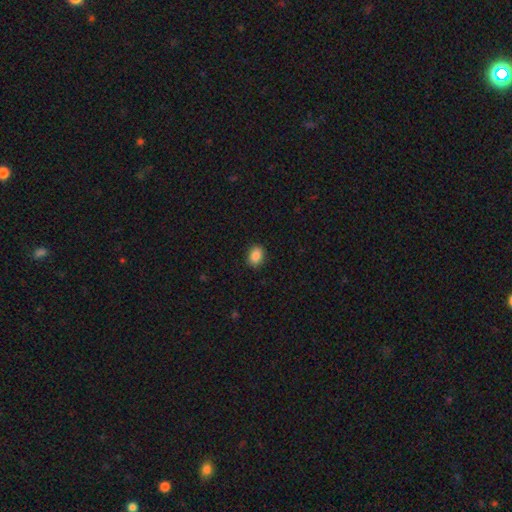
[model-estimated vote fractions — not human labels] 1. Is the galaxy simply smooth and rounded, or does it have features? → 88% smooth, 9% star or artifact, 4% featured or disk.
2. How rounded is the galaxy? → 71% in between, 28% round, 1% cigar-shaped.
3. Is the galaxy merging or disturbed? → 89% none, 8% minor disturbance, 2% major disturbance, 1% merger.